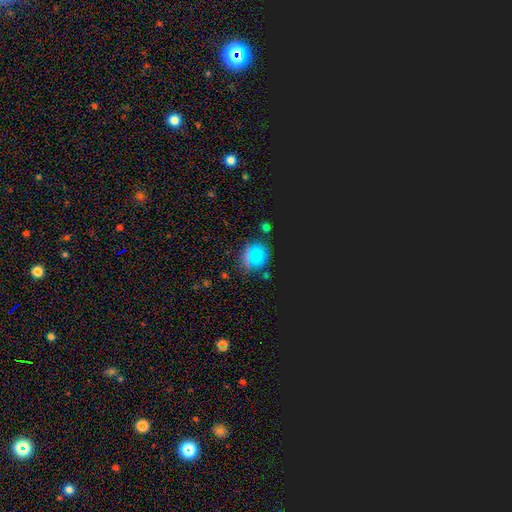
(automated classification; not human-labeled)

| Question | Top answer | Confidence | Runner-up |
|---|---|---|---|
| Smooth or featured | smooth | 54% | star or artifact (38%) |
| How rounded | round | 75% | in between (22%) |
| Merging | none | 75% | minor disturbance (13%) |